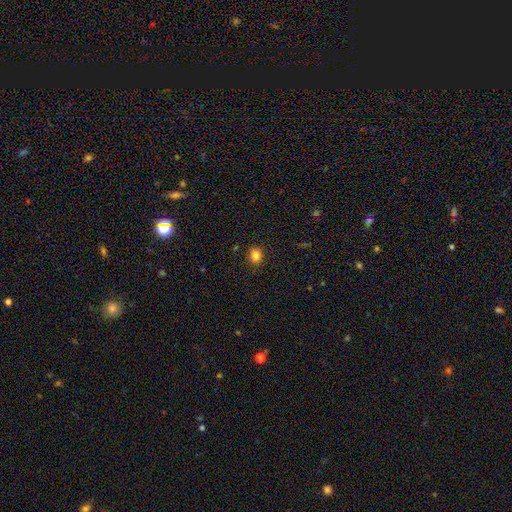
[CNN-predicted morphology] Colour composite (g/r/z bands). It shows a smooth galaxy with no disk features (83%) that is round (64%). Merging: none (88%).